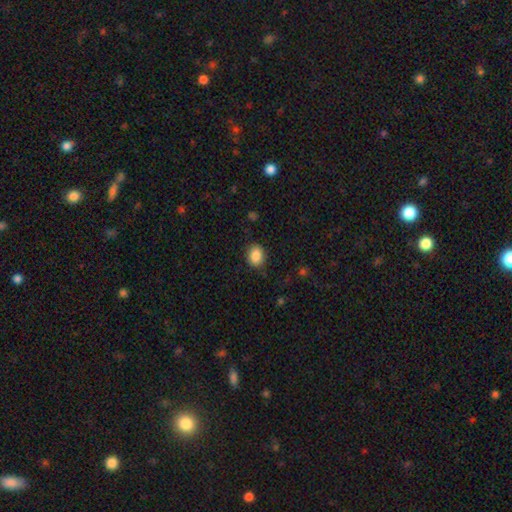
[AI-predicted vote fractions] Smooth or featured? smooth (87%)
How rounded? in between (57%)
Merging? none (85%)